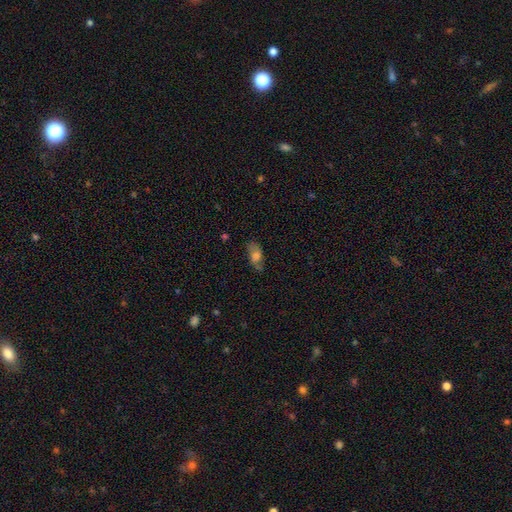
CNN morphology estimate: Smooth or featured? Predicted: smooth (p=0.59). How rounded? Predicted: in between (p=0.87). Merging? Predicted: none (p=0.60).